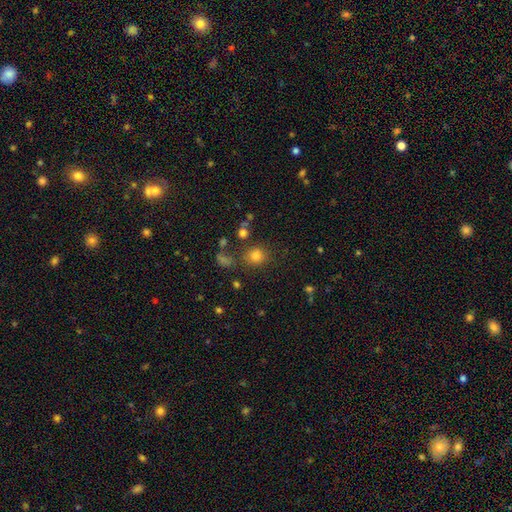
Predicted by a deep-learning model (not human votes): smooth 73%, star or artifact 20%, featured or disk 7%. Down the decision tree: how rounded — round (82%); merging — none (77%).